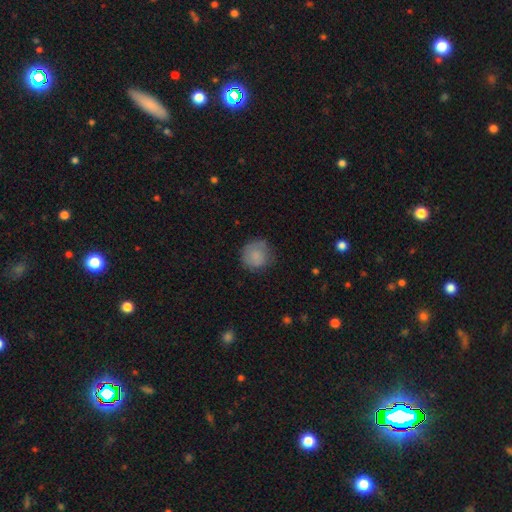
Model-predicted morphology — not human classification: smooth-or-featured: smooth: 79% | featured or disk: 13% | star or artifact: 8%
  how-rounded: round: 89% | in between: 10% | cigar-shaped: 1%
  merging: none: 67% | minor disturbance: 23% | major disturbance: 9% | merger: 1%